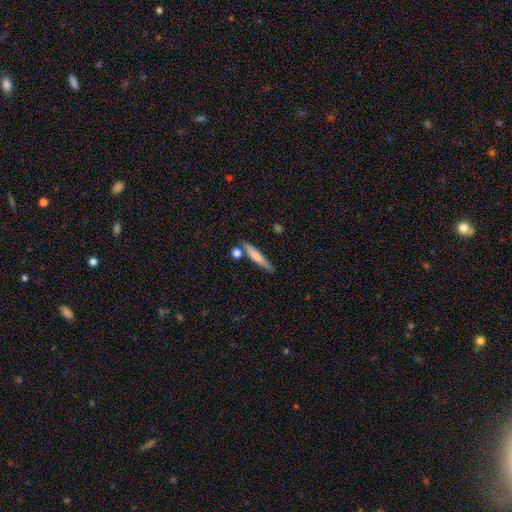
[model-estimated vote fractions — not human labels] This is likely a smooth galaxy (70%). How rounded: clearly cigar-shaped (90%). Merging: likely none (75%).